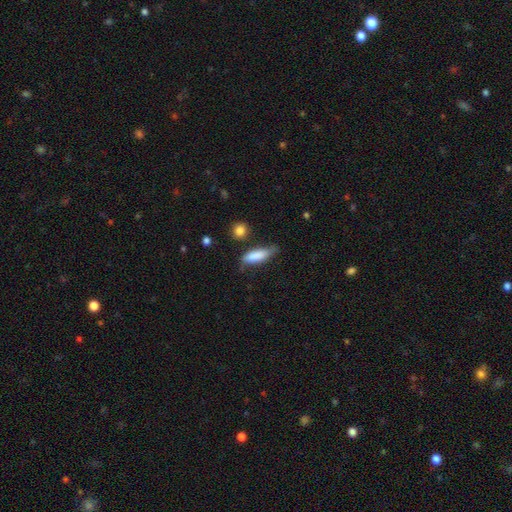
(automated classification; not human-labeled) Q: Smooth or featured?
A: smooth (81%); runner-up: featured or disk (12%)
Q: How rounded?
A: in between (53%); runner-up: cigar-shaped (44%)
Q: Merging?
A: none (56%); runner-up: minor disturbance (31%)